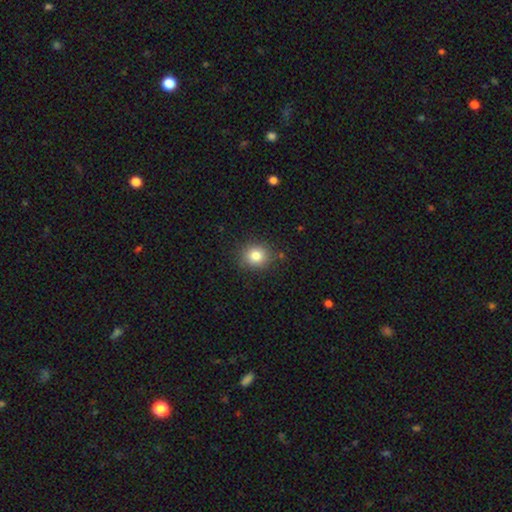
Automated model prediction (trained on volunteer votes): This is clearly a smooth galaxy (82%). How rounded: clearly round (83%). Merging: clearly none (85%).